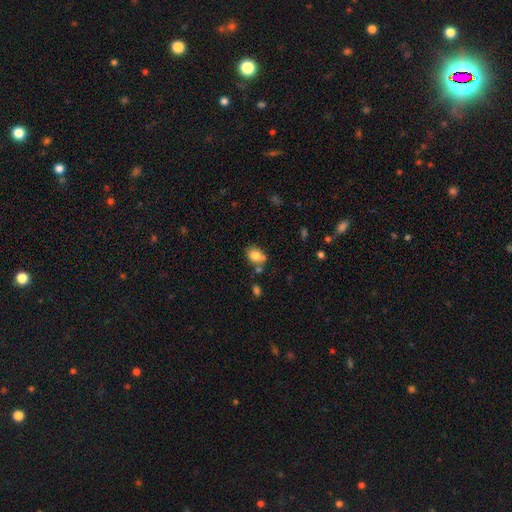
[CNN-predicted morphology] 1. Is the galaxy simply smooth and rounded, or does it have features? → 81% smooth, 10% featured or disk, 9% star or artifact.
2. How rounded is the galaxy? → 71% in between, 27% round, 1% cigar-shaped.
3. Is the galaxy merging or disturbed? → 58% none, 21% minor disturbance, 15% merger, 6% major disturbance.